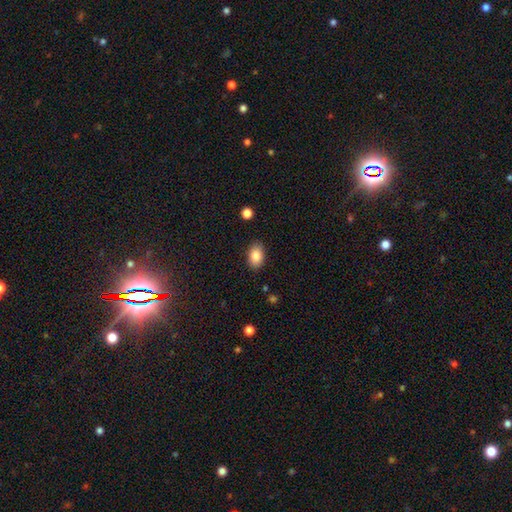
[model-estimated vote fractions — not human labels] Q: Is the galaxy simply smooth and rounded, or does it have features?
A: smooth — 85%.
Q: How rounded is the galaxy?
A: in between — 86%.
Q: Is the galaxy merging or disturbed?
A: none — 87%.